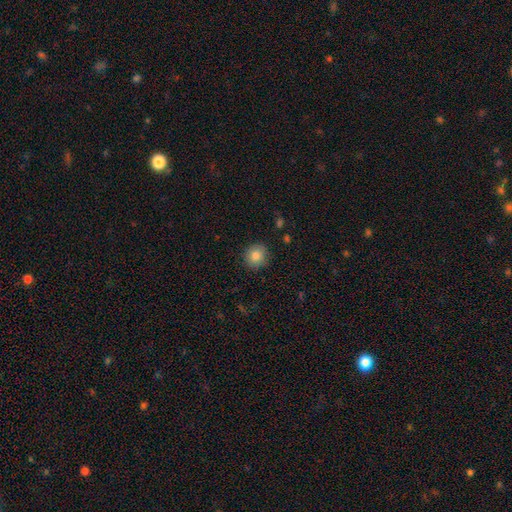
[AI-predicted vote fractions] Overall: smooth (83%). How rounded: round (89%). Merging: none (89%).